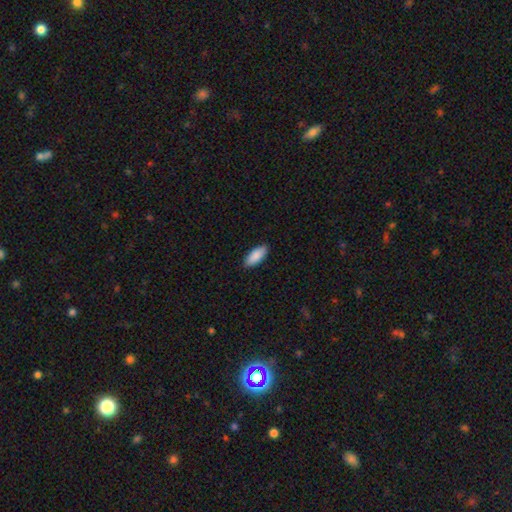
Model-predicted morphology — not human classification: Smooth or featured?
  - smooth: 90% *
  - star or artifact: 6%
  - featured or disk: 5%
How rounded?
  - in between: 85% *
  - cigar-shaped: 13%
  - round: 2%
Merging?
  - none: 89% *
  - minor disturbance: 8%
  - major disturbance: 2%
  - merger: 1%